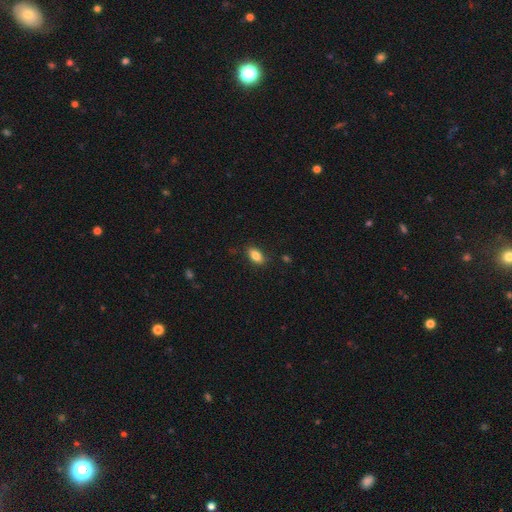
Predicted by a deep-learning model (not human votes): A smooth galaxy with no disk features (84%) that is in between round and cigar-shaped (89%). Merging: none (85%).